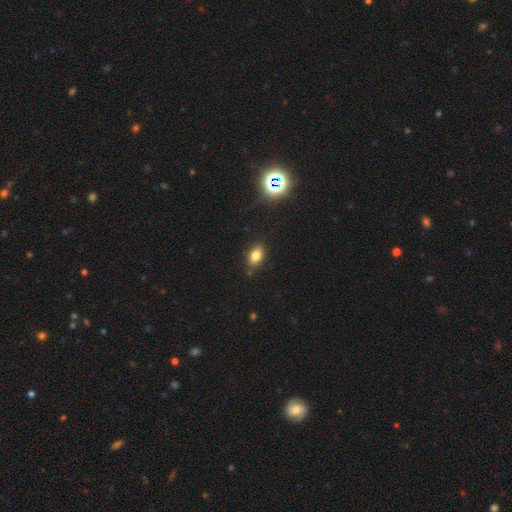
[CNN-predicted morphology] type=smooth (75%); roundness=in between (83%); merging=none (81%).